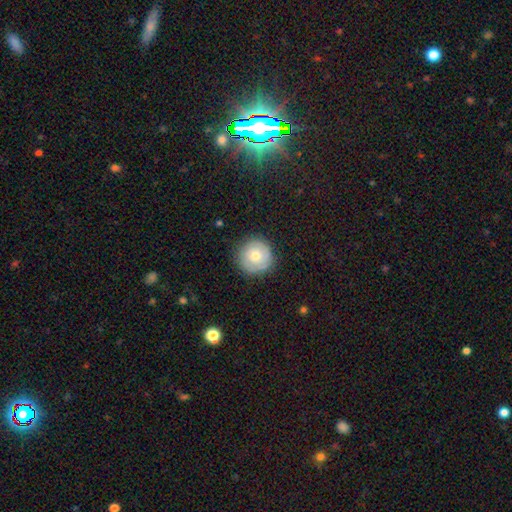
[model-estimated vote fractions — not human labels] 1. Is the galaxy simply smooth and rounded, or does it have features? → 53% smooth, 40% featured or disk, 7% star or artifact.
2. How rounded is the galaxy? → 94% round, 5% in between, 1% cigar-shaped.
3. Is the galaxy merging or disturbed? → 83% none, 12% minor disturbance, 3% major disturbance, 1% merger.